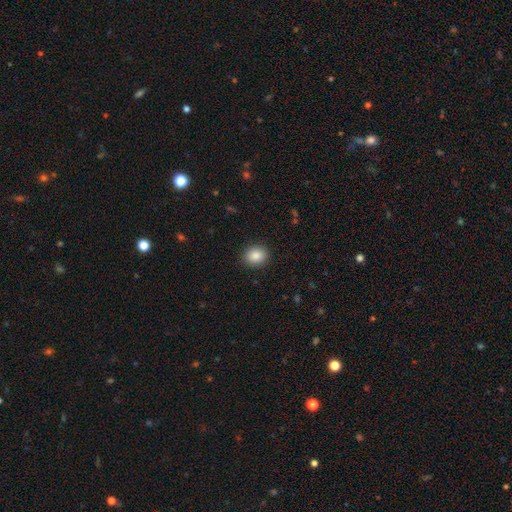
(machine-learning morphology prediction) smooth_or_featured: smooth (p=0.87) [alt: star or artifact p=0.09]
how_rounded: round (p=0.60) [alt: in between p=0.39]
merging: none (p=0.90) [alt: minor disturbance p=0.07]